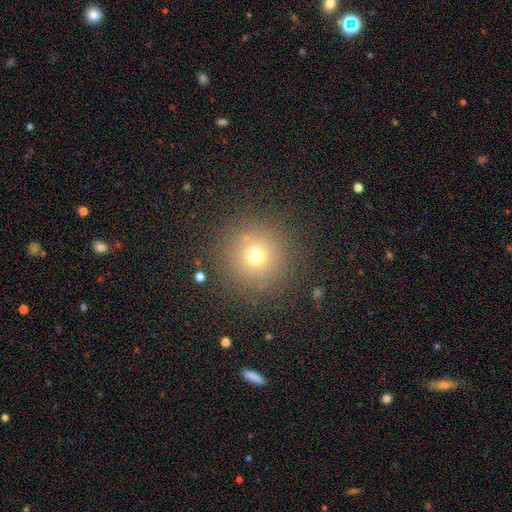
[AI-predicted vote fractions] A smooth galaxy with no disk features (69%) that is round (95%).

Vote fractions:
- Smooth or featured? smooth: 69% / star or artifact: 20% / featured or disk: 11%
- How rounded? round: 95% / in between: 4% / cigar-shaped: 1%
- Merging? none: 87% / minor disturbance: 7% / major disturbance: 4% / merger: 2%